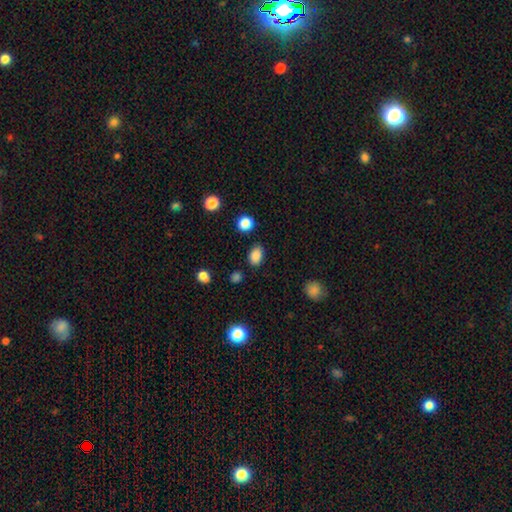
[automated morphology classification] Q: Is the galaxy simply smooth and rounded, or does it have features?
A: smooth — 86%.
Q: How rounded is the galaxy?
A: in between — 78%.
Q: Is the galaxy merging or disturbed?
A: none — 83%.